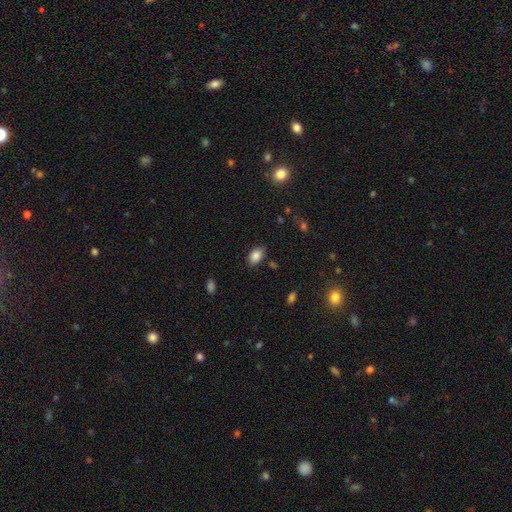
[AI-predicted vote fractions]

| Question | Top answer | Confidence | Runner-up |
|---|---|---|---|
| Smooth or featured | smooth | 85% | star or artifact (9%) |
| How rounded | in between | 88% | round (10%) |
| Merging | none | 81% | minor disturbance (13%) |